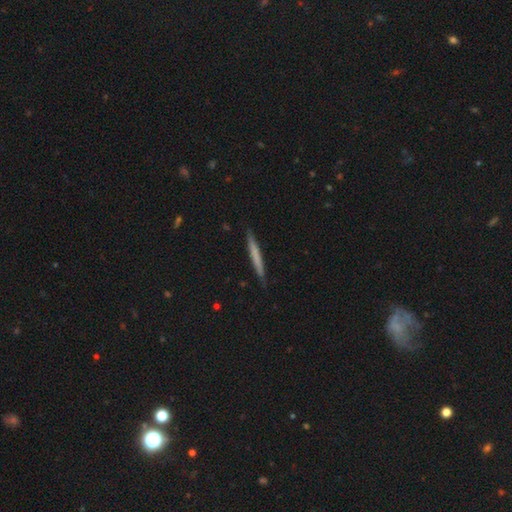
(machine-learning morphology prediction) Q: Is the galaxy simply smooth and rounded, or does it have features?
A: smooth — 62%.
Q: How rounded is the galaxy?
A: cigar-shaped — 97%.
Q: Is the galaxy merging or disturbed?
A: none — 88%.